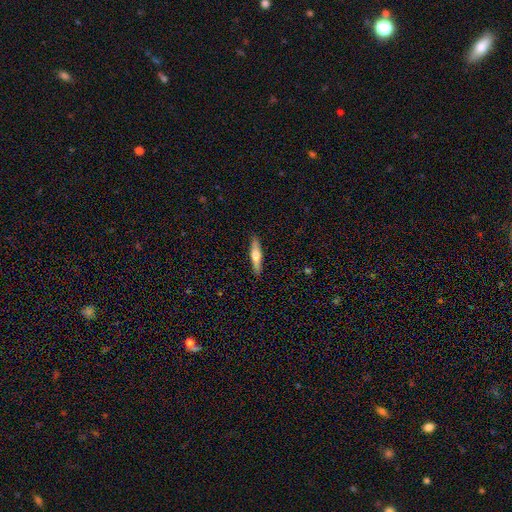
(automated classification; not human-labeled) This appears to be a smooth galaxy with no disk features (54%) that is cigar-shaped (81%). Merging: none (89%).